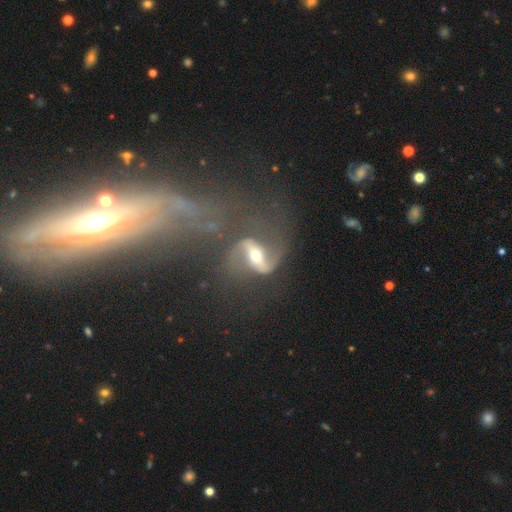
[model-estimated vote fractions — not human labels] The model was most divided on "spiral winding": loose: 57%, medium: 33%, tight: 10%. More confident: edge-on disk — no (96%); spiral arms — yes (95%); spiral arm count — 2 (92%); smooth or featured — featured or disk (86%); bulge size — moderate (62%); merging — none (57%); bar — strong (55%).